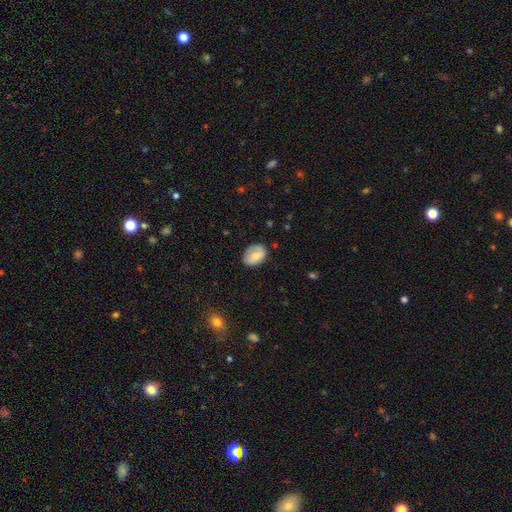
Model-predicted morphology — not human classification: smooth 75%, featured or disk 18%, star or artifact 8%. Down the decision tree: how rounded — in between (77%); merging — none (66%).